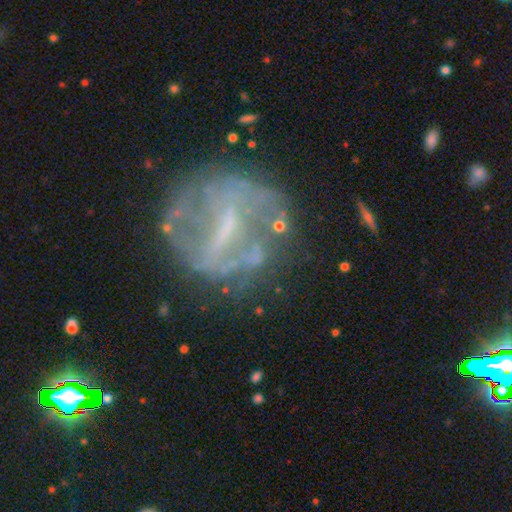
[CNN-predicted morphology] Smooth or featured? featured or disk (69%)
Edge-on disk? no (95%)
Bar? strong (44%)
Spiral arms? no (50%, tied with yes)
Bulge size? none (48%)
Merging? none (52%)